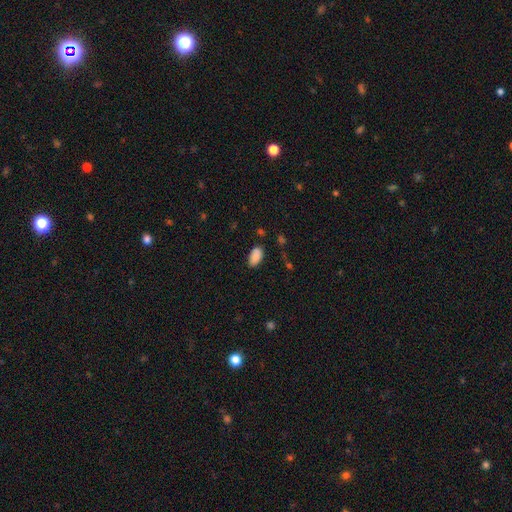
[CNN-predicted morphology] A smooth galaxy with no disk features (88%) that is in between round and cigar-shaped (95%). Merging: none (79%).